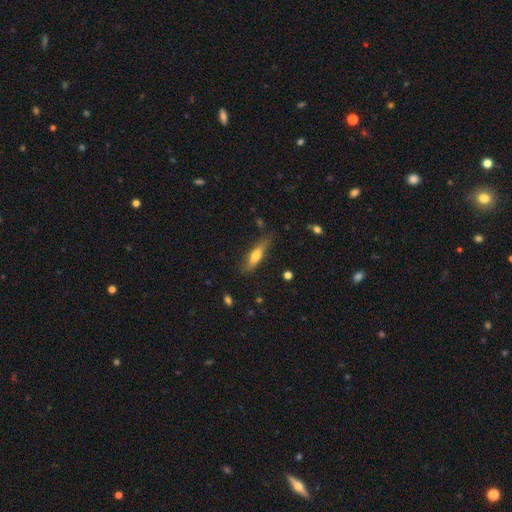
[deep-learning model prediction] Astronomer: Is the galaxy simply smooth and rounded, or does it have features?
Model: smooth — 61%.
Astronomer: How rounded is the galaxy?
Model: cigar-shaped — 66%.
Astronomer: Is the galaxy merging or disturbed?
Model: none — 73%.